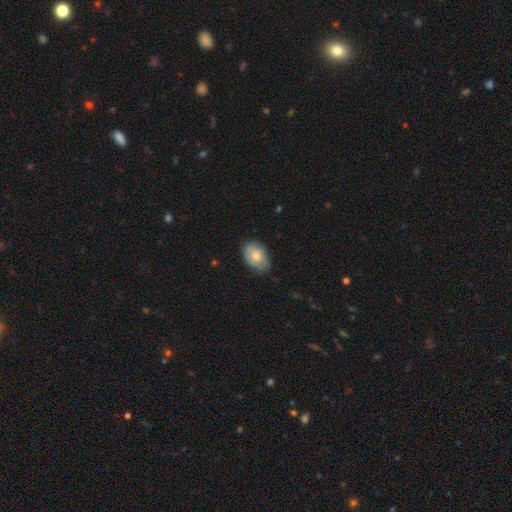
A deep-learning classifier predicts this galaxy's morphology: A smooth galaxy with no disk features (65%) that is in between round and cigar-shaped (86%).

Vote fractions:
- Smooth or featured? smooth: 65% / featured or disk: 28% / star or artifact: 6%
- How rounded? in between: 86% / round: 13% / cigar-shaped: 1%
- Merging? none: 71% / minor disturbance: 24% / major disturbance: 4% / merger: 1%